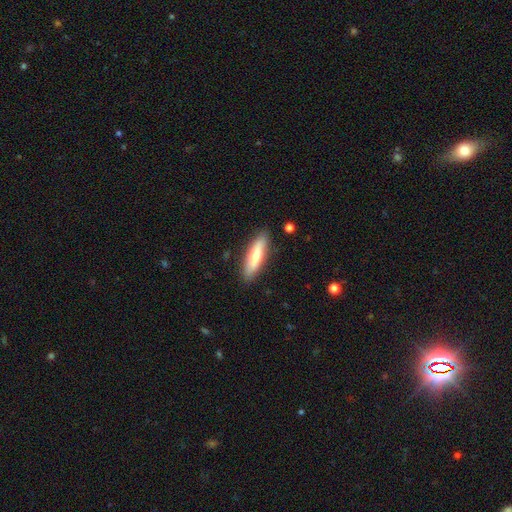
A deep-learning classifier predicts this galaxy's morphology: A smooth galaxy with no disk features (68%) that is cigar-shaped (65%). Merging: none (86%).